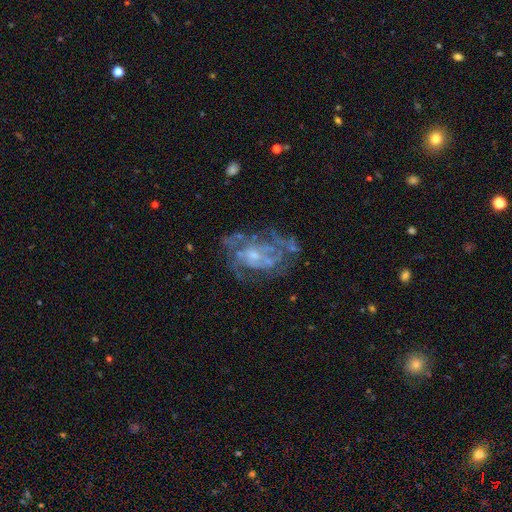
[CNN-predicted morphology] type=featured or disk (80%); edge-on=no (97%); bar=no (72%); spiral arms=yes (72%); winding=tight (43%); arm count=can't tell (47%); bulge=small (53%); merging=none (56%).